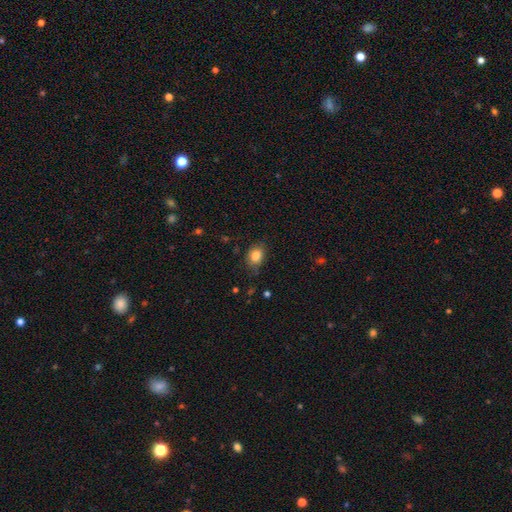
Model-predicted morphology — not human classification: Q: Smooth or featured?
A: smooth (83%); runner-up: star or artifact (9%)
Q: How rounded?
A: in between (66%); runner-up: round (33%)
Q: Merging?
A: none (74%); runner-up: minor disturbance (20%)